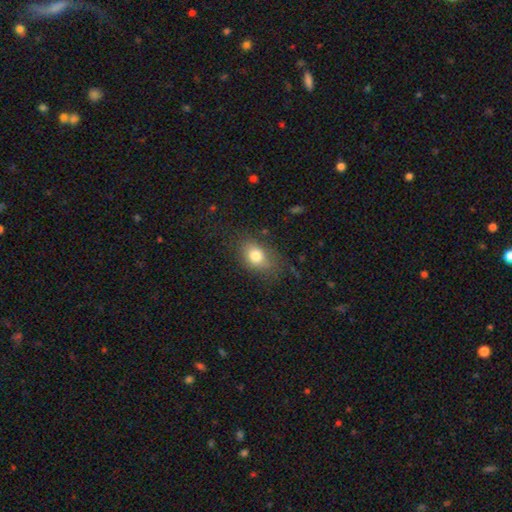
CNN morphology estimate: Smooth or featured? Predicted: smooth (p=0.79). How rounded? Predicted: in between (p=0.75). Merging? Predicted: none (p=0.72).